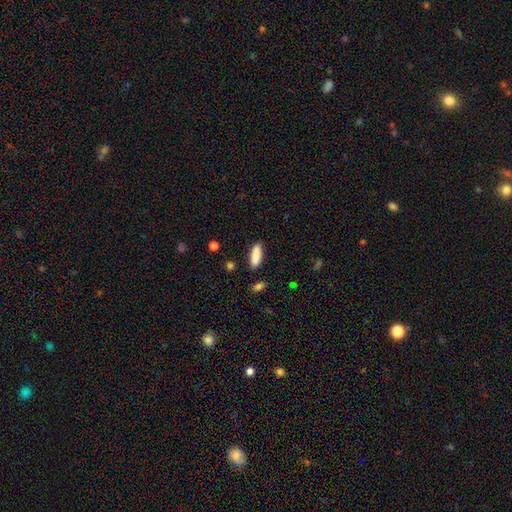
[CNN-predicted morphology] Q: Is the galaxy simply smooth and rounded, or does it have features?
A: smooth — 88%.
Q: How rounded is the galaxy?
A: in between — 57%.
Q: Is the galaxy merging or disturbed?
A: none — 85%.